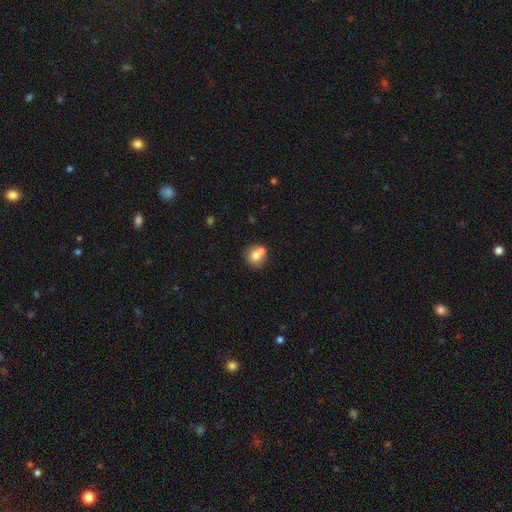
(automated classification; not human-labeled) This appears to be a smooth galaxy with no disk features (73%) that is round (79%). Merging: none (44%).